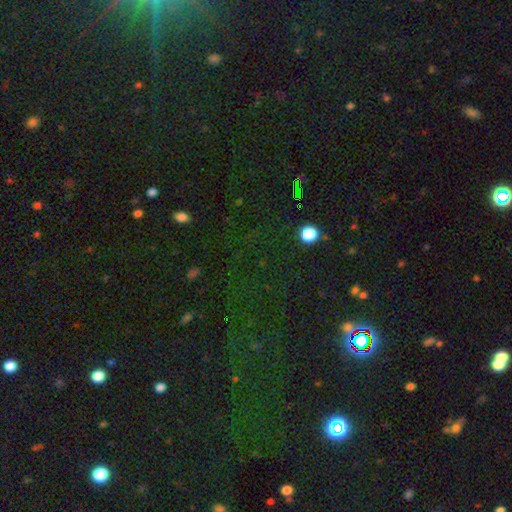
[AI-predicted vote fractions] Smooth or featured: star or artifact — 74% (smooth — 18%)